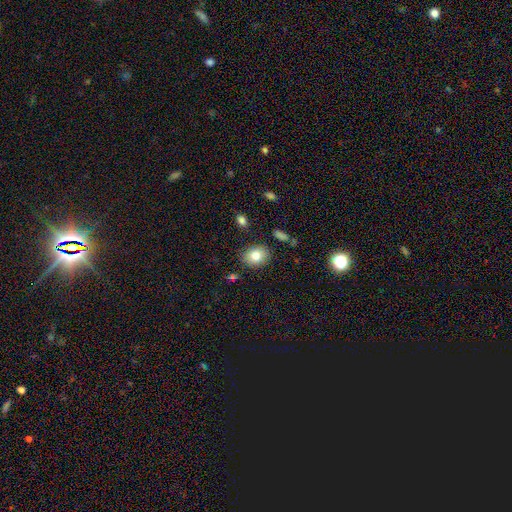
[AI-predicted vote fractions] A smooth galaxy with no disk features (79%) that is in between round and cigar-shaped (54%).

Vote fractions:
- Smooth or featured? smooth: 79% / featured or disk: 11% / star or artifact: 10%
- How rounded? in between: 54% / round: 45% / cigar-shaped: 1%
- Merging? none: 85% / minor disturbance: 10% / major disturbance: 3% / merger: 3%